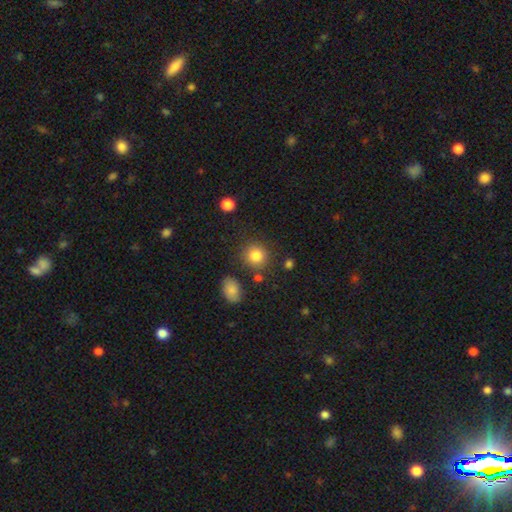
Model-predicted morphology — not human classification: Q: Smooth or featured?
A: smooth (84%); runner-up: star or artifact (10%)
Q: How rounded?
A: round (87%); runner-up: in between (12%)
Q: Merging?
A: none (81%); runner-up: minor disturbance (10%)